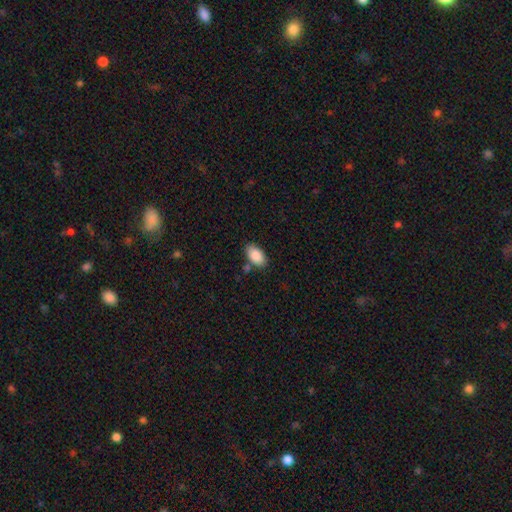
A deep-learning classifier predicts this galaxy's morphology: Smooth or featured?
  - smooth: 87% *
  - star or artifact: 7%
  - featured or disk: 6%
How rounded?
  - in between: 94% *
  - round: 4%
  - cigar-shaped: 2%
Merging?
  - none: 76% *
  - minor disturbance: 14%
  - merger: 8%
  - major disturbance: 3%